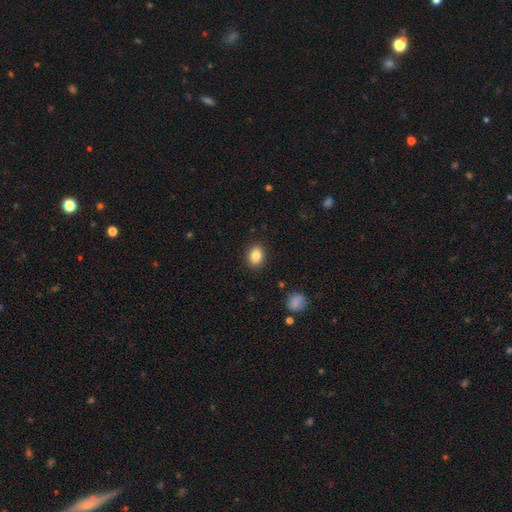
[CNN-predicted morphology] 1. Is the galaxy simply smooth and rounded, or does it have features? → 86% smooth, 9% star or artifact, 6% featured or disk.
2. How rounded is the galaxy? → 66% in between, 33% round, 1% cigar-shaped.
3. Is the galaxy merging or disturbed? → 89% none, 8% minor disturbance, 2% major disturbance, 1% merger.